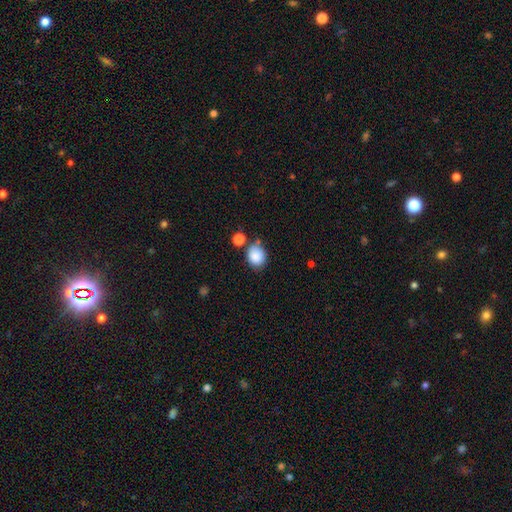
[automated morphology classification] smooth_or_featured: smooth (p=0.87) [alt: star or artifact p=0.09]
how_rounded: round (p=0.55) [alt: in between p=0.44]
merging: none (p=0.68) [alt: minor disturbance p=0.16]